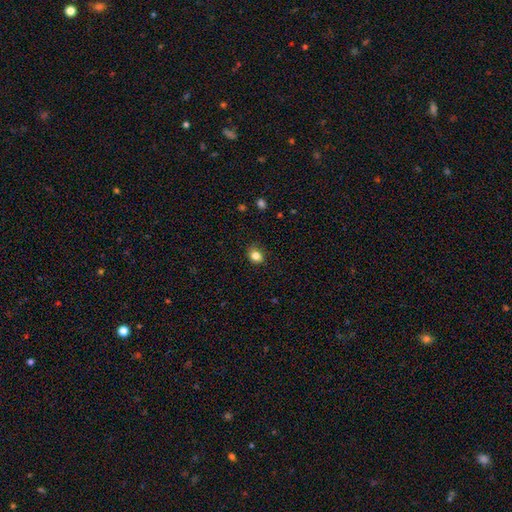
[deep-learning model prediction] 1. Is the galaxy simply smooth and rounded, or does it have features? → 83% smooth, 11% star or artifact, 6% featured or disk.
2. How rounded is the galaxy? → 62% round, 37% in between, 1% cigar-shaped.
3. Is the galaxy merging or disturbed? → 79% none, 16% minor disturbance, 3% major disturbance, 1% merger.